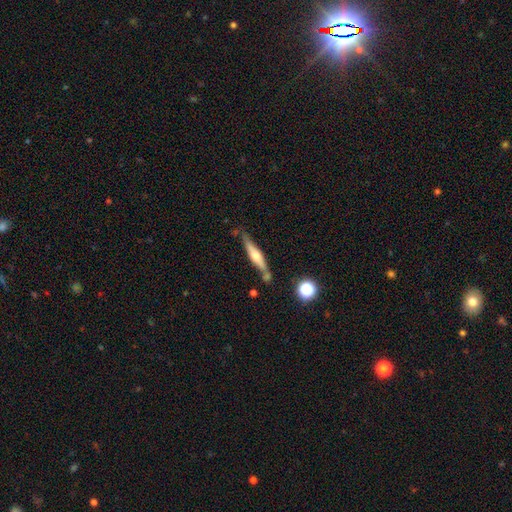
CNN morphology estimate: The model was most divided on "smooth or featured": featured or disk: 62%, smooth: 32%, star or artifact: 6%. More confident: edge-on disk — yes (94%); edge-on bulge — rounded (83%); merging — none (68%).